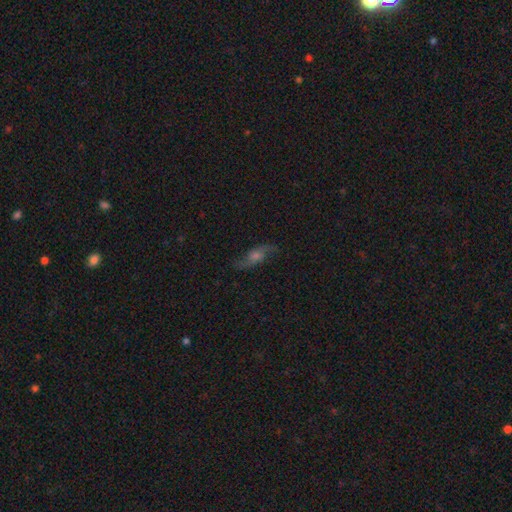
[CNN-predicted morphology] A featured or disk galaxy (69%) with no bar (63%), spiral arms (91%) and a moderate central bulge (45%). Merging: none (78%).